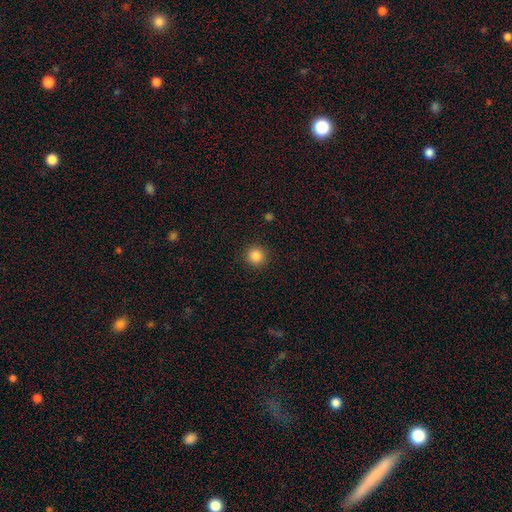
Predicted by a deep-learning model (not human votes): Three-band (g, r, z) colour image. It shows a smooth galaxy with no disk features (85%) that is round (94%). Merging: none (92%).